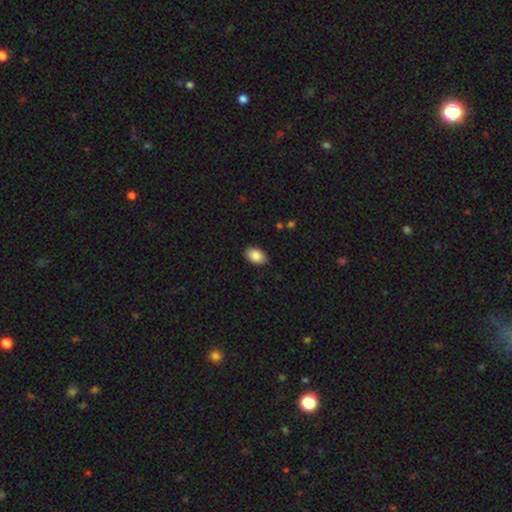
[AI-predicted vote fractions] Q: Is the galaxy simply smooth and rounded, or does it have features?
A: smooth — 88%.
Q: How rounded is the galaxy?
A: in between — 88%.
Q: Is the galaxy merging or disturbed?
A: none — 87%.